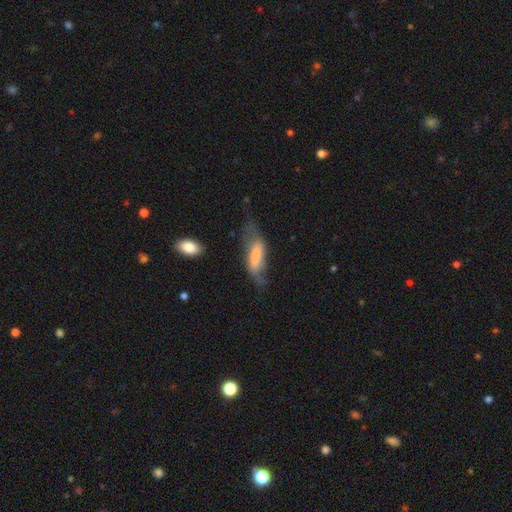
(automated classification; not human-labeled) A smooth galaxy with no disk features (58%) that is in between round and cigar-shaped (63%). Merging: none (35%).